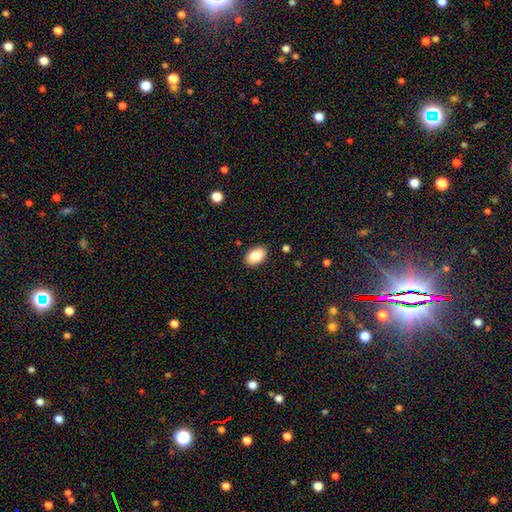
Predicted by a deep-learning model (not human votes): A smooth galaxy with no disk features (85%) that is in between round and cigar-shaped (91%).

Vote fractions:
- Smooth or featured? smooth: 85% / featured or disk: 8% / star or artifact: 7%
- How rounded? in between: 91% / round: 8% / cigar-shaped: 1%
- Merging? none: 88% / minor disturbance: 9% / major disturbance: 2% / merger: 1%